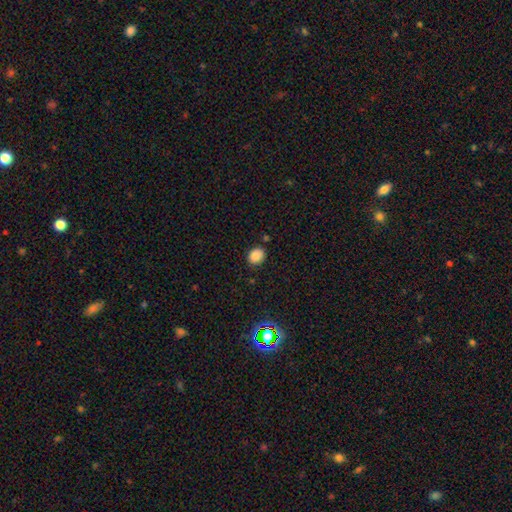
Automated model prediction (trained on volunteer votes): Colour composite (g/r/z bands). It shows a smooth galaxy with no disk features (85%) that is round (54%). Merging: none (83%).